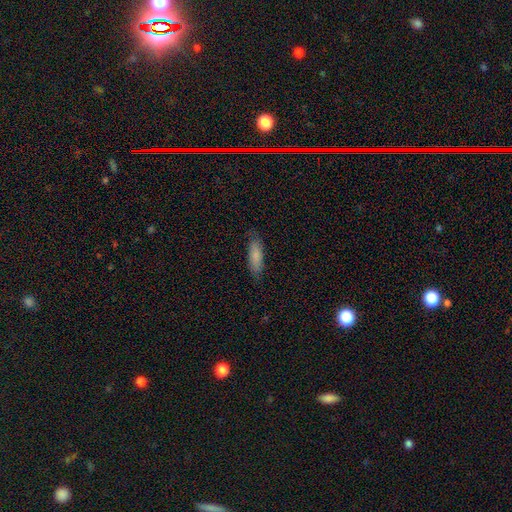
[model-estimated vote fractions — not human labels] Smooth or featured? Predicted: smooth (p=0.81). How rounded? Predicted: cigar-shaped (p=0.52). Merging? Predicted: none (p=0.80).